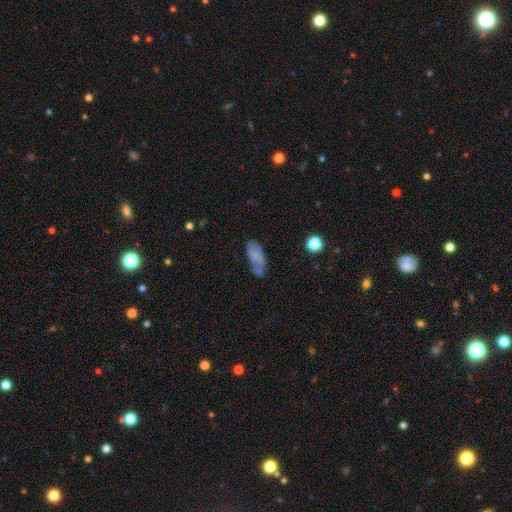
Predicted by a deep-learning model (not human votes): The model was most divided on "smooth or featured": smooth: 54%, featured or disk: 35%, star or artifact: 11%. More confident: how rounded — in between (85%); merging — none (54%).